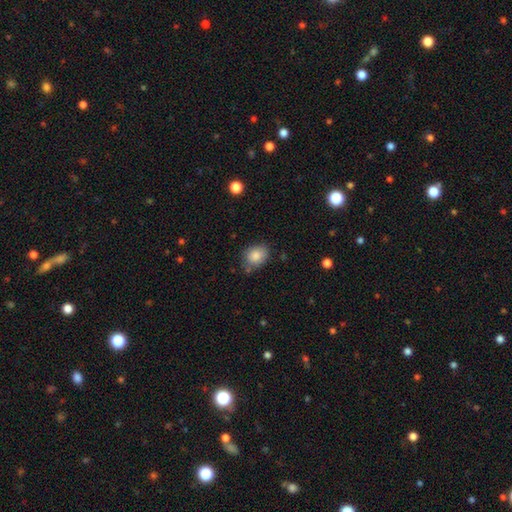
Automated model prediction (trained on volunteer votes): Morphology: type=smooth (84%); roundness=in between (54%); merging=none (72%).